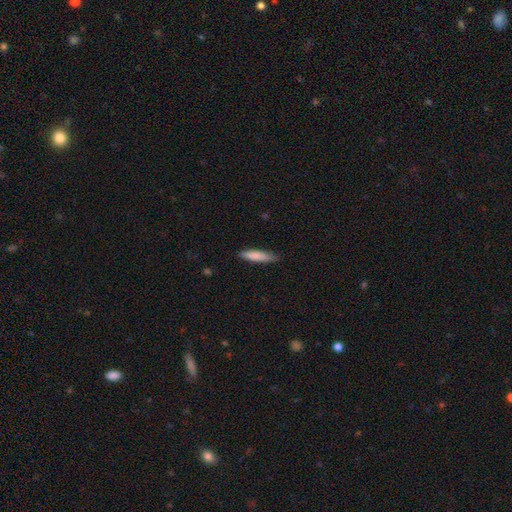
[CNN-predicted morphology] This is clearly a smooth galaxy (82%). How rounded: likely cigar-shaped (80%). Merging: likely none (80%).